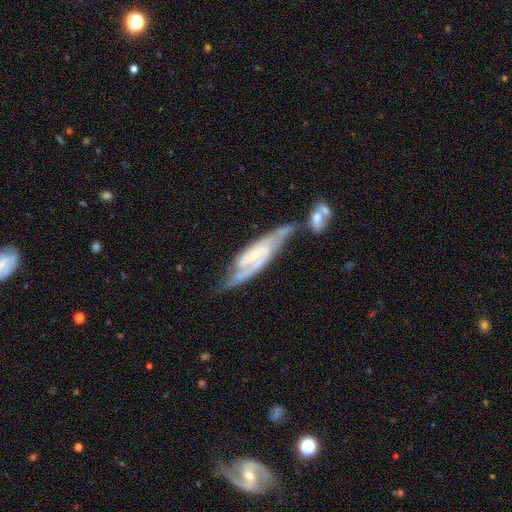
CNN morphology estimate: A featured or disk galaxy (88%) with a weak bar (42%), 2 (82%) medium (48%) spiral arms (96%) and a small central bulge (69%).

Vote fractions:
- Smooth or featured? featured or disk: 88% / smooth: 7% / star or artifact: 5%
- Edge-on disk? no: 86% / yes: 14%
- Bar? weak: 42% / strong: 30% / no: 28%
- Spiral arms? yes: 96% / no: 4%
- Spiral winding? medium: 48% / tight: 36% / loose: 16%
- Spiral arm count? 2: 82% / can't tell: 8% / 3: 5% / 1: 3% / 4: 2% / more than 4: 1%
- Bulge size? small: 69% / moderate: 23% / none: 5% / large: 2% / dominant: 1%
- Merging? none: 48% / merger: 23% / minor disturbance: 19% / major disturbance: 10%